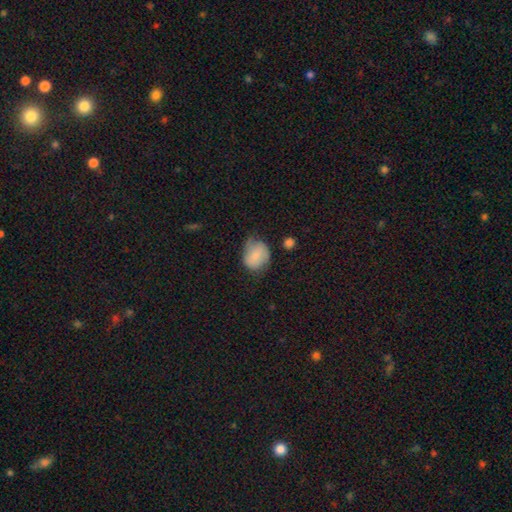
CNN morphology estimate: Smooth or featured? Predicted: smooth (p=0.71). How rounded? Predicted: round (p=0.56). Merging? Predicted: none (p=0.50).